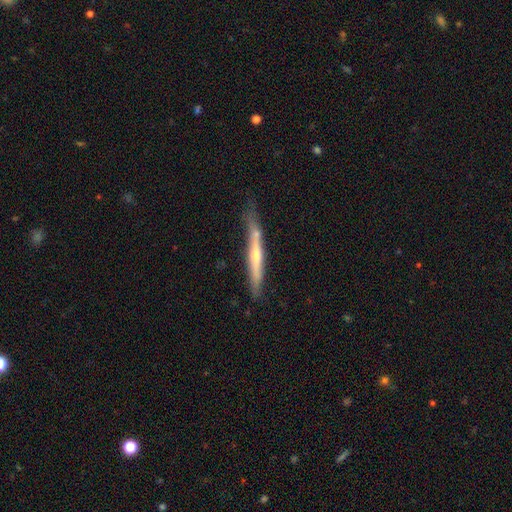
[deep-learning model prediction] Smooth or featured?
  - featured or disk: 66% *
  - smooth: 27%
  - star or artifact: 7%
Edge-on disk?
  - yes: 95% *
  - no: 5%
Edge-on bulge?
  - rounded: 67% *
  - none: 27%
  - boxy: 6%
Merging?
  - none: 71% *
  - minor disturbance: 21%
  - major disturbance: 4%
  - merger: 3%